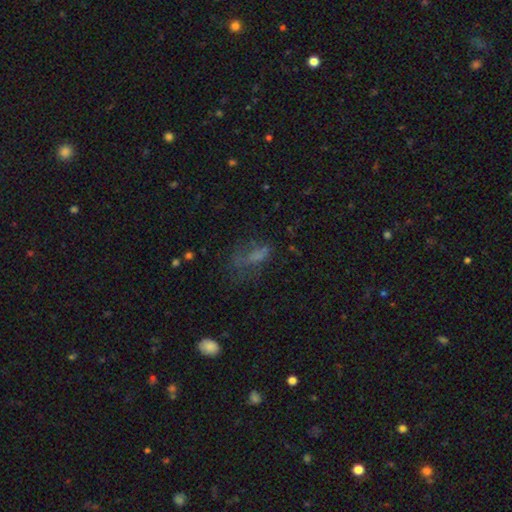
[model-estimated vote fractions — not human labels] A smooth galaxy with no disk features (49%). Merging: none (39%).